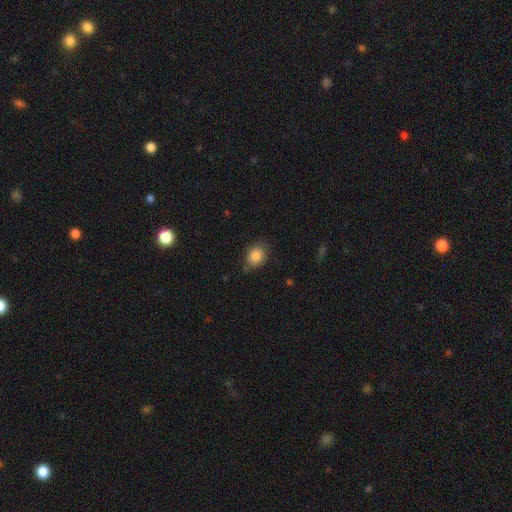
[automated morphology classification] Q: Smooth or featured?
A: smooth (86%); runner-up: star or artifact (9%)
Q: How rounded?
A: in between (51%); runner-up: round (48%)
Q: Merging?
A: none (76%); runner-up: minor disturbance (18%)